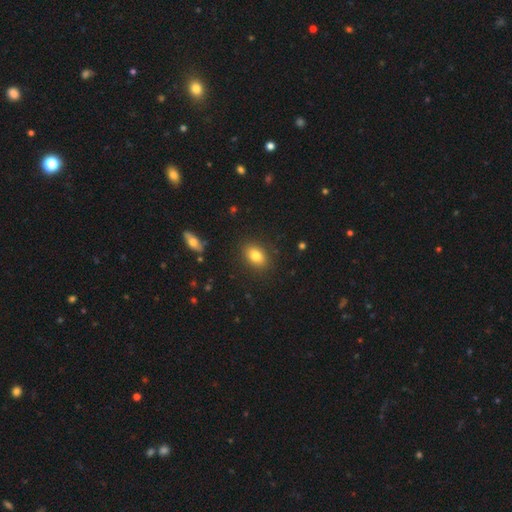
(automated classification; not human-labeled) This is clearly a smooth galaxy (81%). How rounded: likely in between (79%). Merging: clearly none (88%).